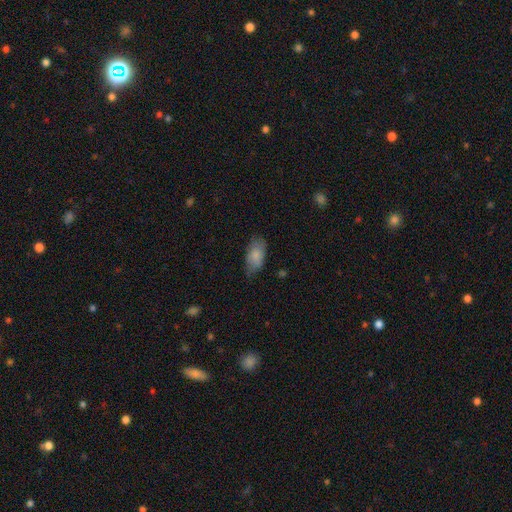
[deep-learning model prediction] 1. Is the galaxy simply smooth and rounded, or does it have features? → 83% smooth, 11% featured or disk, 6% star or artifact.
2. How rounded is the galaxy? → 93% in between, 4% cigar-shaped, 3% round.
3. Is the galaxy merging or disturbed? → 70% none, 24% minor disturbance, 5% major disturbance, 1% merger.